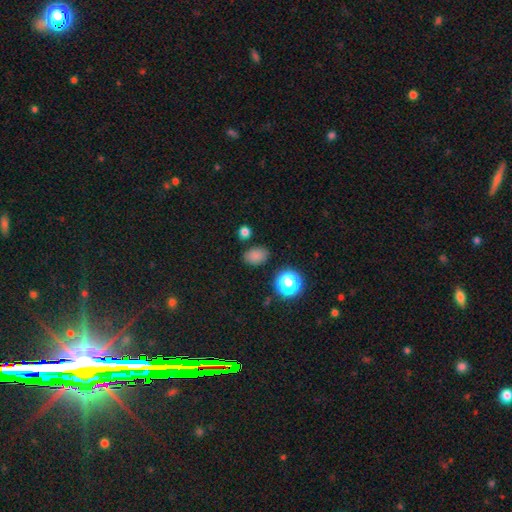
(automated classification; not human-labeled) Smooth or featured?
  - smooth: 80% *
  - star or artifact: 16%
  - featured or disk: 5%
How rounded?
  - in between: 73% *
  - round: 26%
  - cigar-shaped: 1%
Merging?
  - none: 79% *
  - minor disturbance: 13%
  - merger: 4%
  - major disturbance: 4%